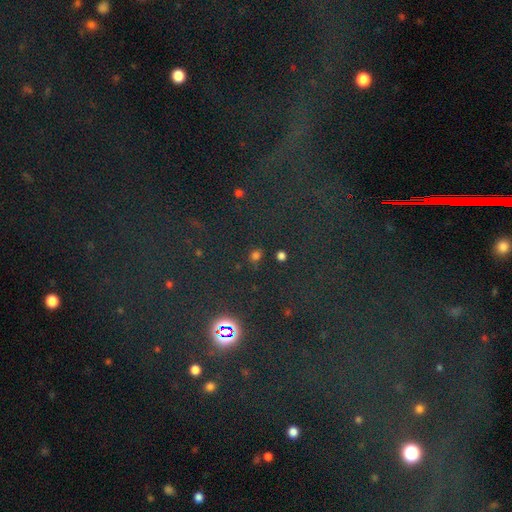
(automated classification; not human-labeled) Q: Smooth or featured?
A: smooth (60%); runner-up: star or artifact (34%)
Q: How rounded?
A: round (58%); runner-up: in between (40%)
Q: Merging?
A: none (83%); runner-up: minor disturbance (10%)